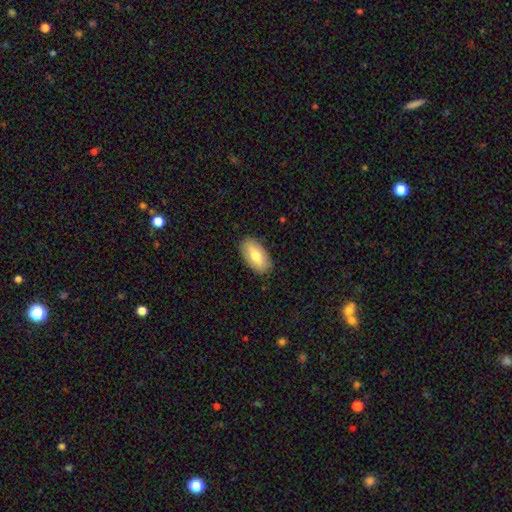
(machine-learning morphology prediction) Overall: smooth (73%). How rounded: in between (94%). Merging: none (87%).